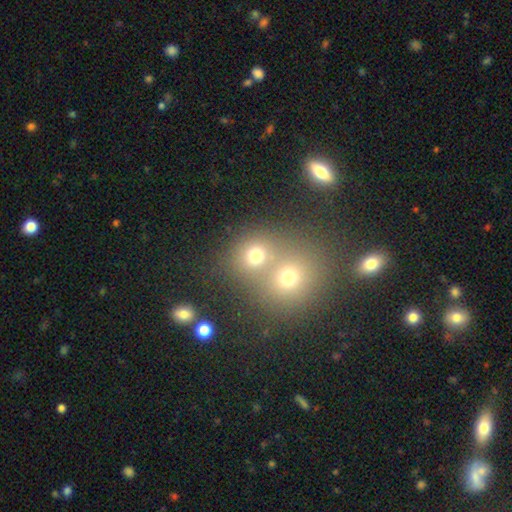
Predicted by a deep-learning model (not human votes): smooth 70%, star or artifact 18%, featured or disk 12%. Down the decision tree: how rounded — round (77%); merging — merger (57%).